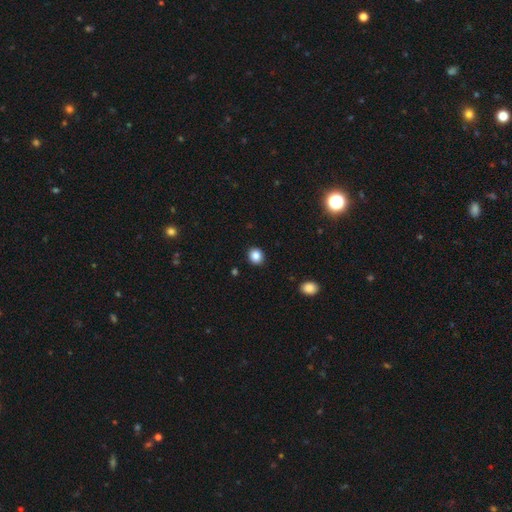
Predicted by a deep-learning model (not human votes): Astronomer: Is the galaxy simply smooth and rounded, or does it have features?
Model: smooth — 86%.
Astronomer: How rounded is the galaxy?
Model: round — 80%.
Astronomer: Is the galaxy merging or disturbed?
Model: none — 91%.